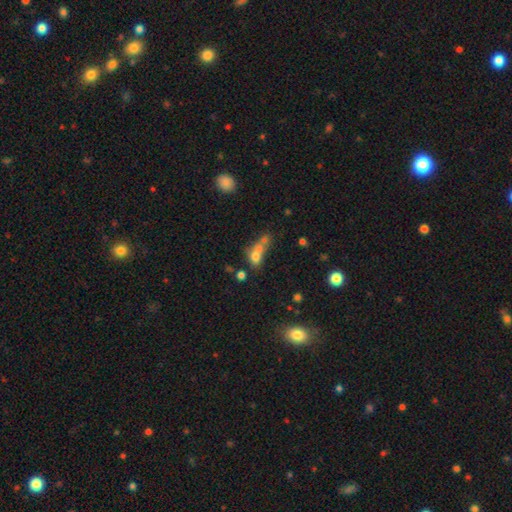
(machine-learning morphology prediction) Smooth or featured? Predicted: smooth (p=0.65). How rounded? Predicted: in between (p=0.57). Merging? Predicted: merger (p=0.53).